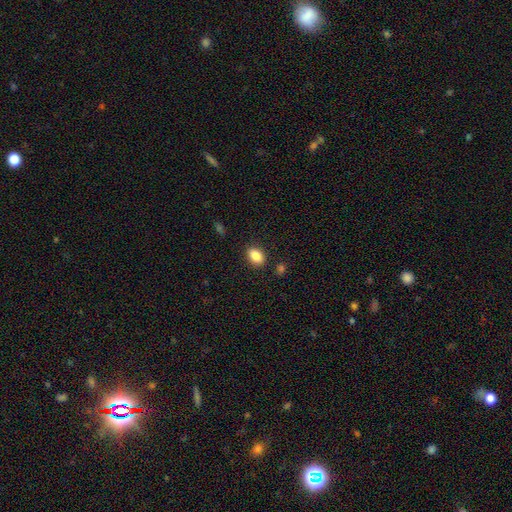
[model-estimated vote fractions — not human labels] Smooth or featured? Predicted: smooth (p=0.87). How rounded? Predicted: in between (p=0.83). Merging? Predicted: none (p=0.86).